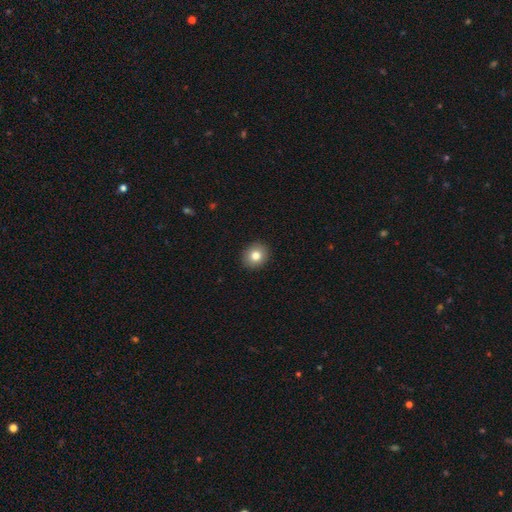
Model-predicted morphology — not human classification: smooth 81%, star or artifact 10%, featured or disk 10%. Down the decision tree: how rounded — round (81%); merging — none (92%).